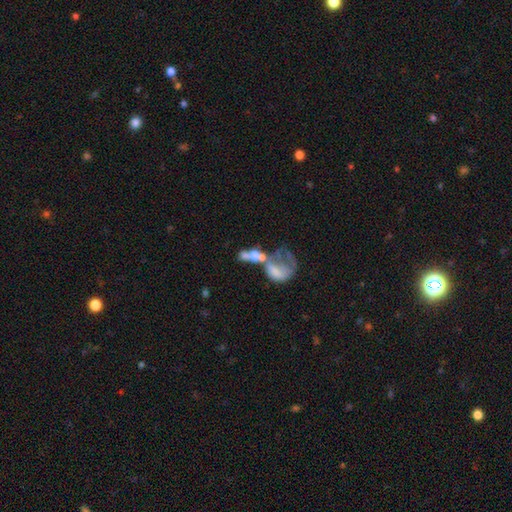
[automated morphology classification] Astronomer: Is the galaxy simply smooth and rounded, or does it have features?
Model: featured or disk — 46% (runner-up: smooth, 42%).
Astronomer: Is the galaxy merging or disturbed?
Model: merger — 57%.